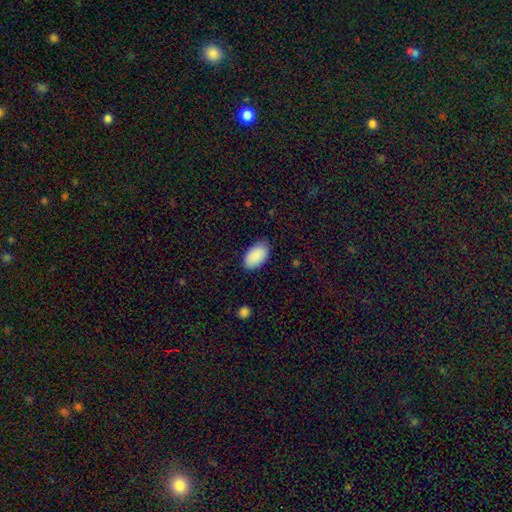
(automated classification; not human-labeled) Q: Smooth or featured?
A: smooth (90%); runner-up: star or artifact (6%)
Q: How rounded?
A: in between (95%); runner-up: round (3%)
Q: Merging?
A: none (82%); runner-up: minor disturbance (15%)